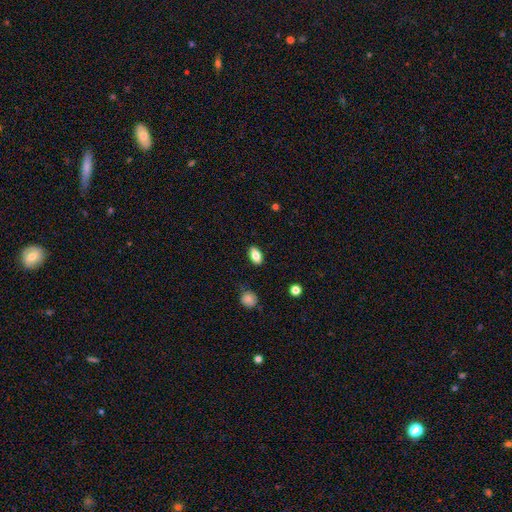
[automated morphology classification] Smooth or featured? Predicted: smooth (p=0.82). How rounded? Predicted: in between (p=0.89). Merging? Predicted: none (p=0.87).